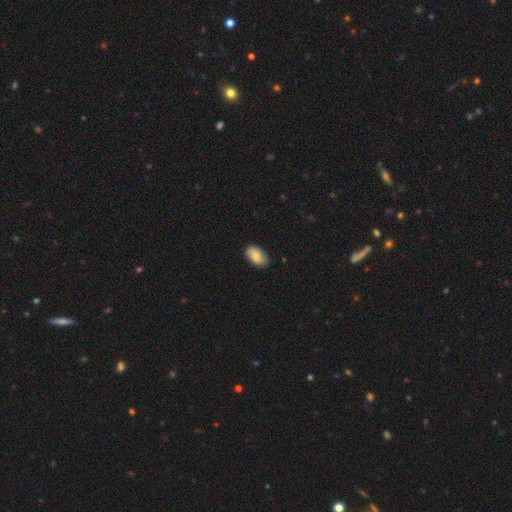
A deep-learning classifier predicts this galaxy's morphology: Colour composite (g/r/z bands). It shows a smooth galaxy with no disk features (78%) that is in between round and cigar-shaped (93%). Merging: none (81%).